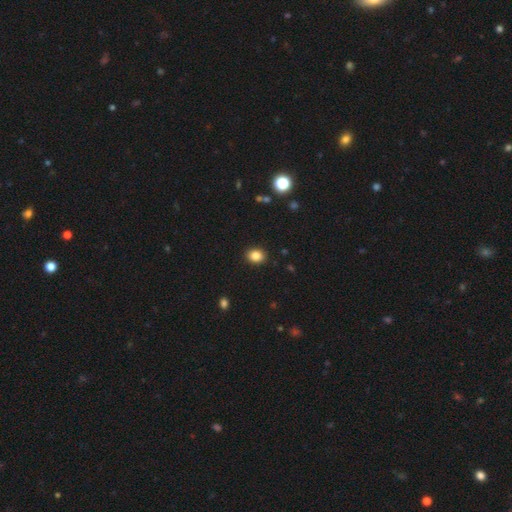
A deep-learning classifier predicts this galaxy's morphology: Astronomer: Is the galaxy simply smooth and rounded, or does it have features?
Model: smooth — 85%.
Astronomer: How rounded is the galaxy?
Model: round — 52% (runner-up: in between, 47%).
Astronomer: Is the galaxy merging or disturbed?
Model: none — 90%.